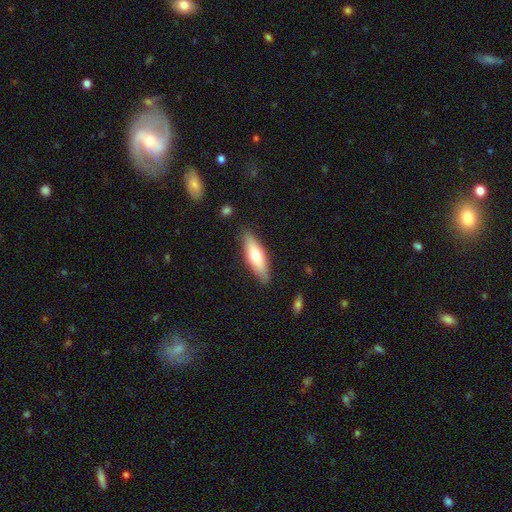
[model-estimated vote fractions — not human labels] The model was most divided on "how rounded": cigar-shaped: 52%, in between: 46%, round: 2%. More confident: merging — none (86%); smooth or featured — smooth (63%).